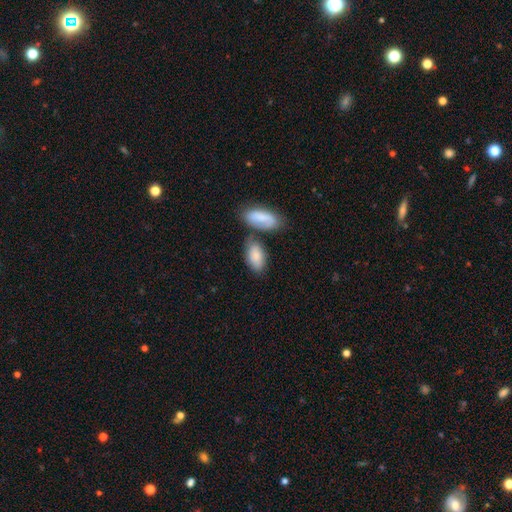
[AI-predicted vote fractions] smooth-or-featured: smooth: 84% | featured or disk: 10% | star or artifact: 5%
  how-rounded: in between: 92% | cigar-shaped: 4% | round: 3%
  merging: none: 51% | merger: 26% | minor disturbance: 18% | major disturbance: 5%